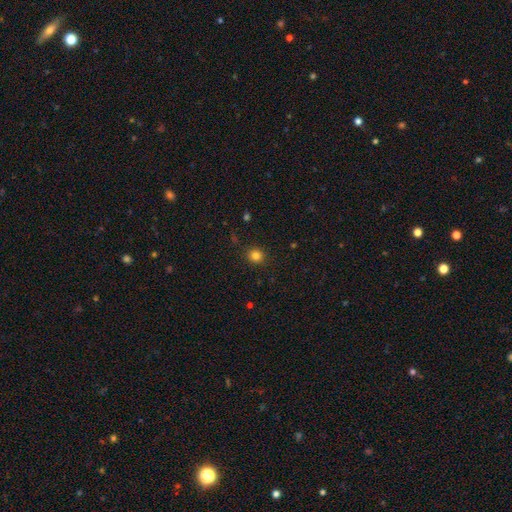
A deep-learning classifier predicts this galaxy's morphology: type=smooth (82%); roundness=round (89%); merging=none (90%).